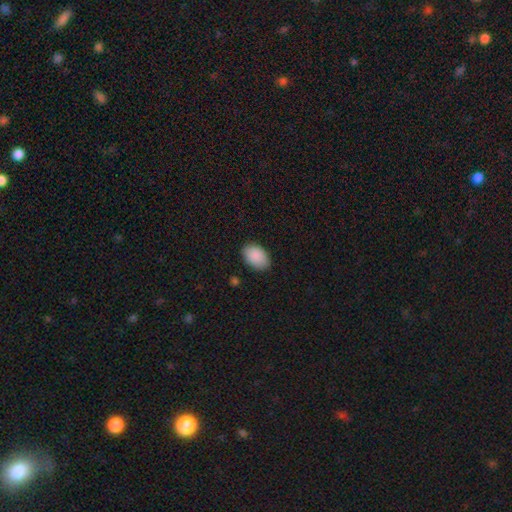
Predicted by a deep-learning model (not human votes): Smooth or featured? smooth (90%)
How rounded? in between (90%)
Merging? none (85%)